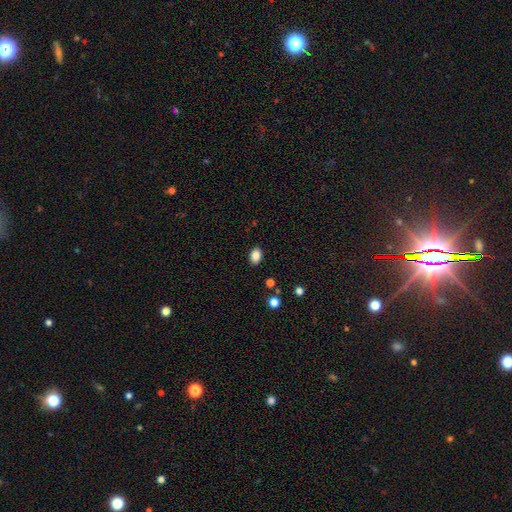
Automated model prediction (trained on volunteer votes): Overall: smooth (87%). How rounded: in between (80%). Merging: none (89%).